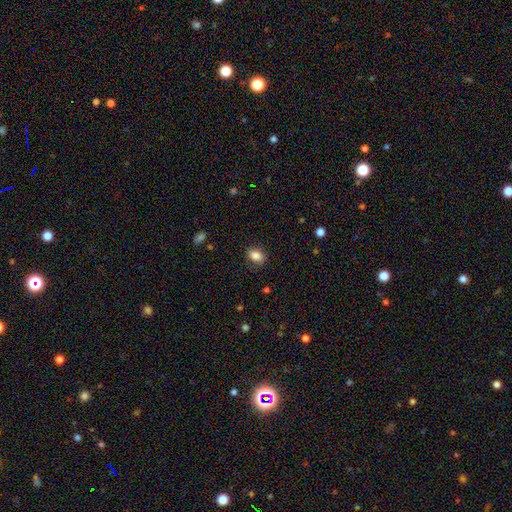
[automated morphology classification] The model was most divided on "how rounded": in between: 79%, round: 19%, cigar-shaped: 2%. More confident: smooth or featured — smooth (84%); merging — none (80%).